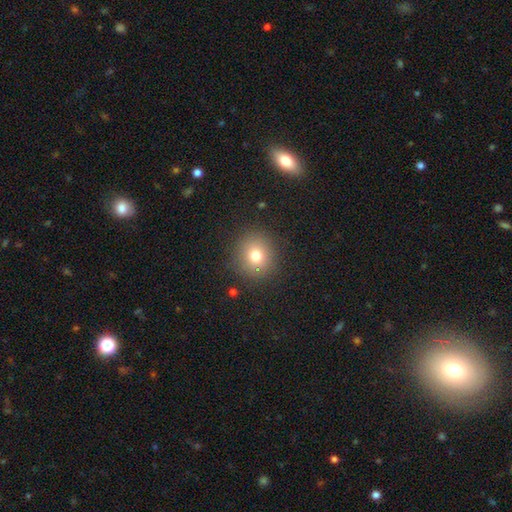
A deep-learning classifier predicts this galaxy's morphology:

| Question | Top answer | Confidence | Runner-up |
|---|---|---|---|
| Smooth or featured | smooth | 75% | star or artifact (14%) |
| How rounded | round | 90% | in between (9%) |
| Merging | none | 88% | minor disturbance (7%) |